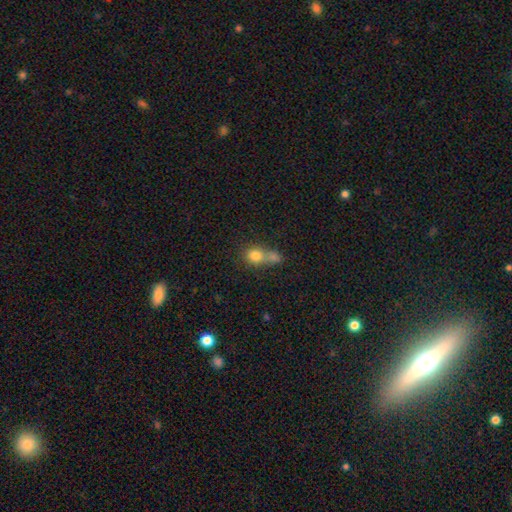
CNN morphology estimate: Smooth or featured?
  - smooth: 77% *
  - featured or disk: 12%
  - star or artifact: 11%
How rounded?
  - round: 70% *
  - in between: 28%
  - cigar-shaped: 2%
Merging?
  - merger: 63% *
  - none: 24%
  - minor disturbance: 8%
  - major disturbance: 5%